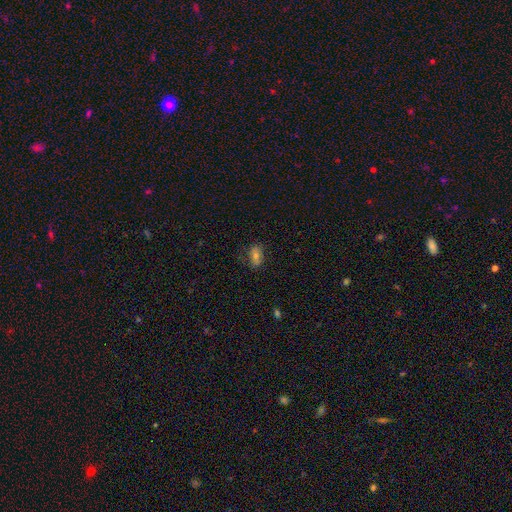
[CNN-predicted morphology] smooth_or_featured: smooth (p=0.69) [alt: featured or disk p=0.20]
how_rounded: in between (p=0.85) [alt: round p=0.09]
merging: none (p=0.75) [alt: minor disturbance p=0.18]